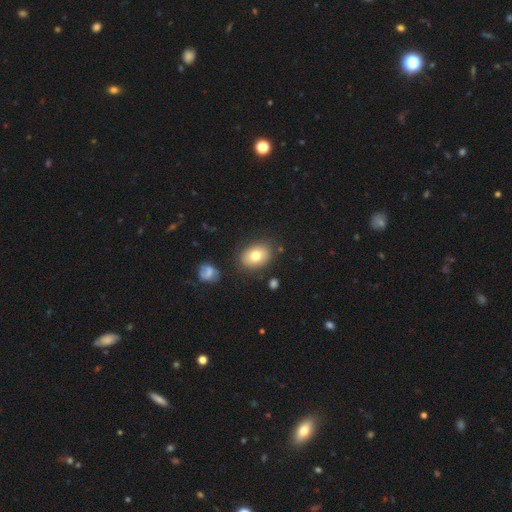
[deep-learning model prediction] The model was most divided on "how rounded": in between: 68%, round: 31%, cigar-shaped: 1%. More confident: merging — none (82%); smooth or featured — smooth (76%).